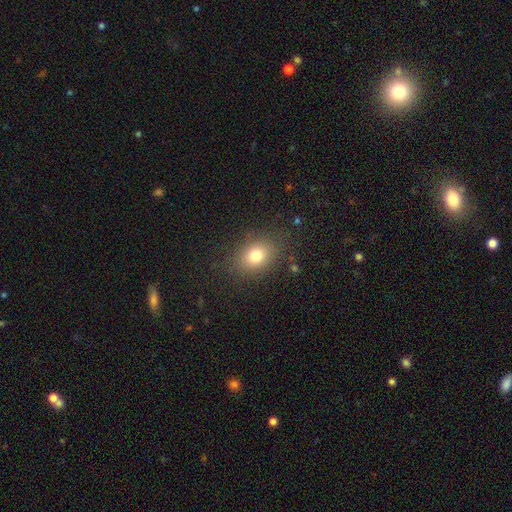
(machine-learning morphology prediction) smooth 77%, star or artifact 12%, featured or disk 11%. Down the decision tree: how rounded — in between (60%); merging — none (83%).